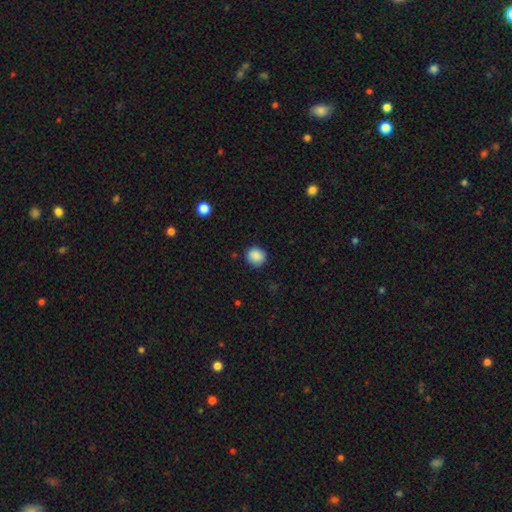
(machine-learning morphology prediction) smooth 88%, star or artifact 9%, featured or disk 4%. Down the decision tree: how rounded — round (89%); merging — none (88%).